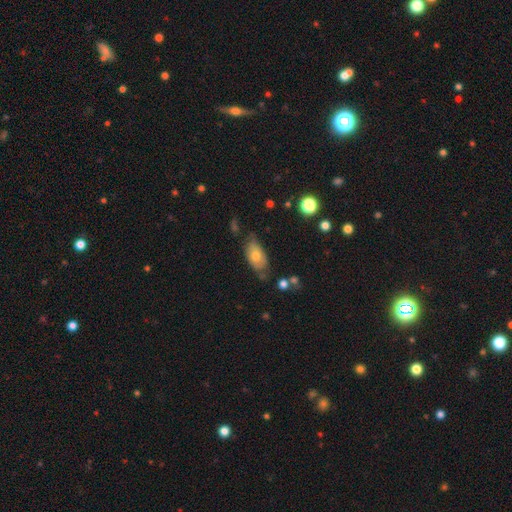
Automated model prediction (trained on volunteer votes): The model was most divided on "merging": none: 57%, minor disturbance: 31%, major disturbance: 8%, merger: 5%. More confident: how rounded — in between (91%); smooth or featured — smooth (68%).